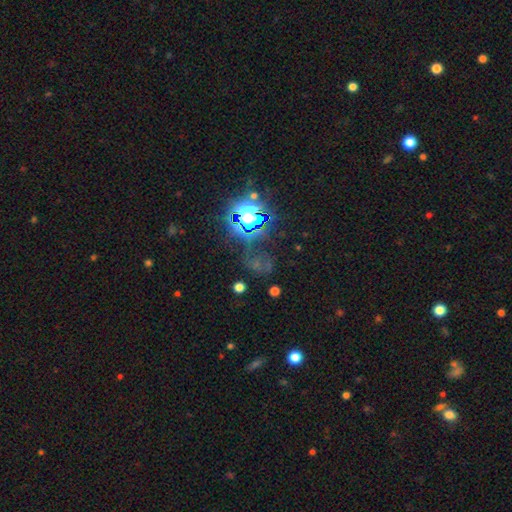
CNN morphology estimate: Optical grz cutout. It shows a star or artifact, not a galaxy (83%).